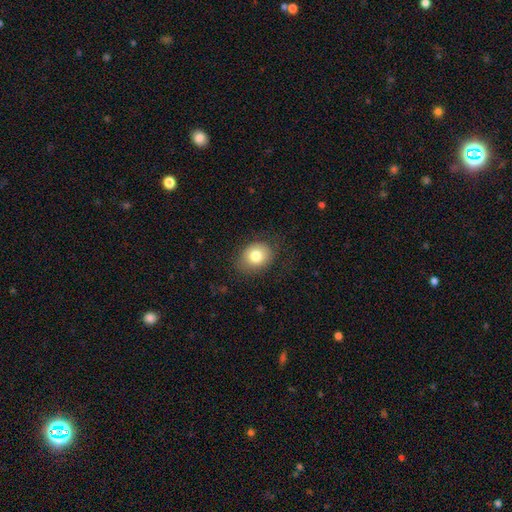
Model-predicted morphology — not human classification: The model was most divided on "how rounded": round: 56%, in between: 44%, cigar-shaped: 1%. More confident: smooth or featured — smooth (79%); merging — none (78%).